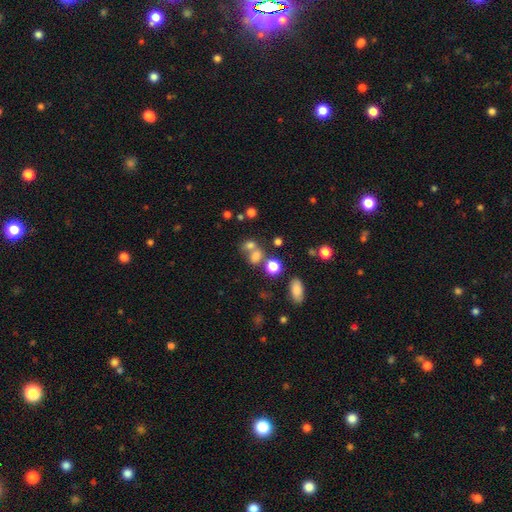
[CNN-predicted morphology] Q: Smooth or featured?
A: smooth (70%); runner-up: star or artifact (18%)
Q: How rounded?
A: in between (51%); runner-up: round (47%)
Q: Merging?
A: merger (49%); runner-up: none (35%)